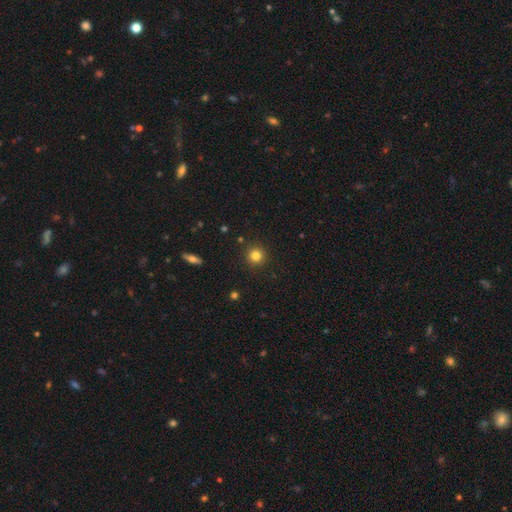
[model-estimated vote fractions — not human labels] Morphology: type=smooth (81%); roundness=round (95%); merging=none (91%).